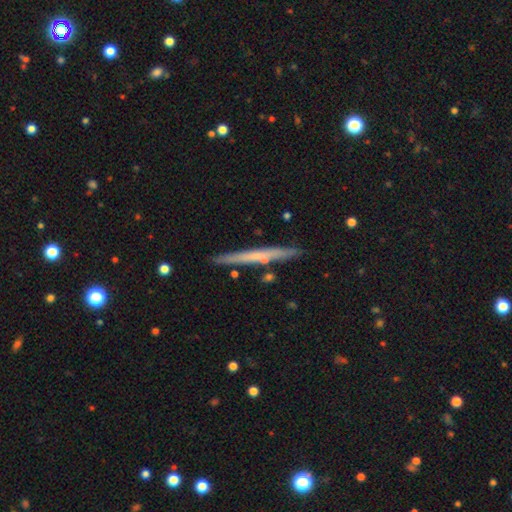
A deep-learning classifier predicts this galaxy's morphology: Smooth or featured: featured or disk — 58% (smooth — 34%)
Edge-on disk: yes — 96% (no — 4%)
Edge-on bulge: none — 71% (rounded — 23%)
Merging: none — 89% (minor disturbance — 8%)